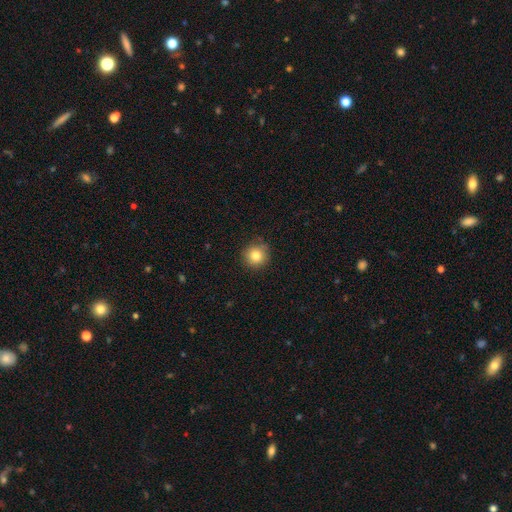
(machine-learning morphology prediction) type=smooth (81%); roundness=round (93%); merging=none (87%).